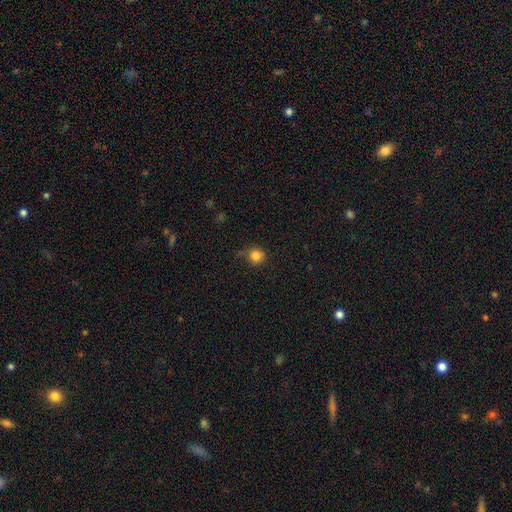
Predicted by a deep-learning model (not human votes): A smooth galaxy with no disk features (83%) that is round (92%).

Vote fractions:
- Smooth or featured? smooth: 83% / star or artifact: 12% / featured or disk: 5%
- How rounded? round: 92% / in between: 7% / cigar-shaped: 1%
- Merging? none: 79% / minor disturbance: 15% / major disturbance: 4% / merger: 3%